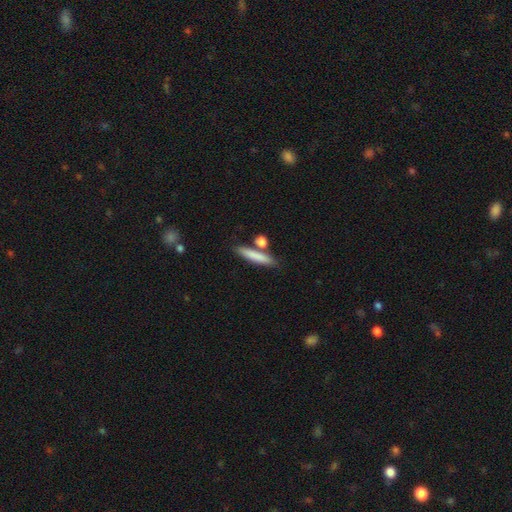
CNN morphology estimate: type=smooth (80%); roundness=cigar-shaped (77%); merging=none (71%).